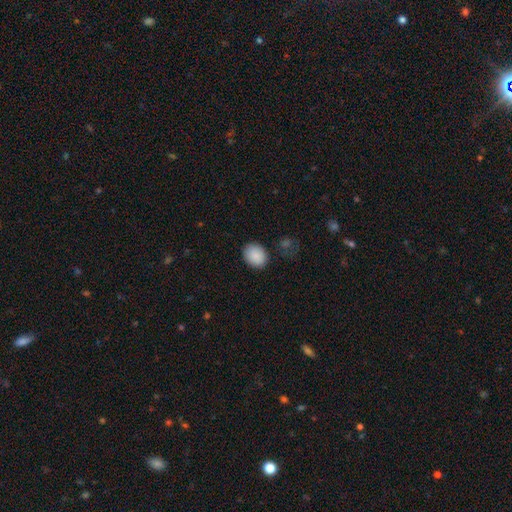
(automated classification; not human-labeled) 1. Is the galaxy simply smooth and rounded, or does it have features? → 89% smooth, 7% star or artifact, 4% featured or disk.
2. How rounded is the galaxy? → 50% in between, 49% round, 1% cigar-shaped.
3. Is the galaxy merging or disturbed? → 84% none, 11% minor disturbance, 3% major disturbance, 2% merger.